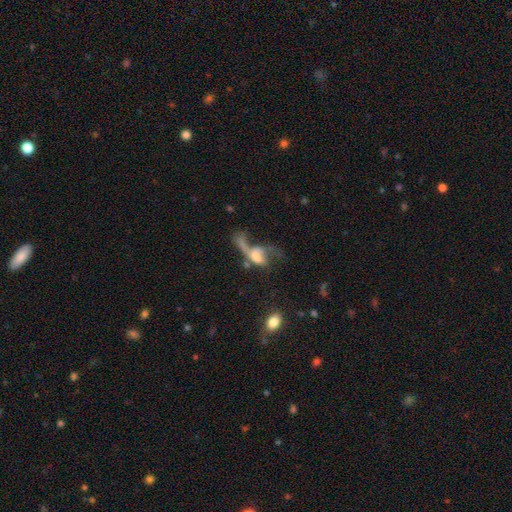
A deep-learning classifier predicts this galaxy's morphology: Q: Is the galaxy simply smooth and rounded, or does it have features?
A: featured or disk — 57%.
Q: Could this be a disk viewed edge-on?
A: no — 91%.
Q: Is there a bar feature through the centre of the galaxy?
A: no — 65%.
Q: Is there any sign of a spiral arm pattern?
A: yes — 57%.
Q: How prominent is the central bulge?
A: moderate — 32%.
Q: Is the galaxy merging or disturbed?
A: major disturbance — 49%.